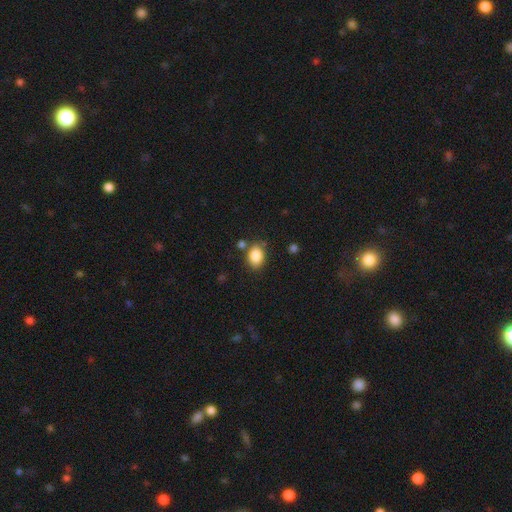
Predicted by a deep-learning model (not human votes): smooth_or_featured: smooth (p=0.86) [alt: star or artifact p=0.08]
how_rounded: in between (p=0.73) [alt: round p=0.26]
merging: none (p=0.75) [alt: minor disturbance p=0.14]